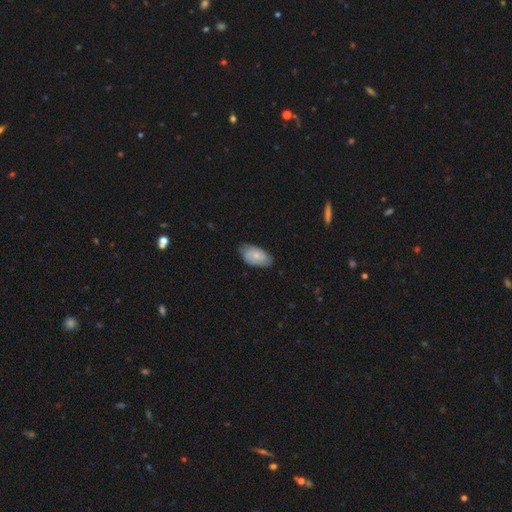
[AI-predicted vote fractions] smooth-or-featured: smooth: 64% | featured or disk: 30% | star or artifact: 6%
  how-rounded: in between: 93% | round: 4% | cigar-shaped: 2%
  merging: none: 70% | minor disturbance: 26% | major disturbance: 4% | merger: 1%